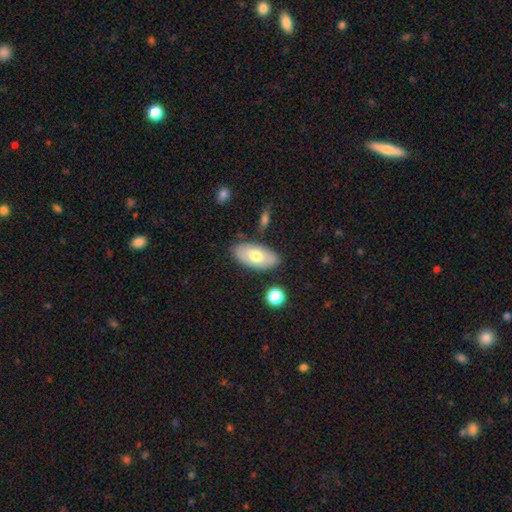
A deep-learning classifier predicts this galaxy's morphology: smooth 63%, featured or disk 31%, star or artifact 6%. Down the decision tree: how rounded — in between (93%); merging — none (80%).